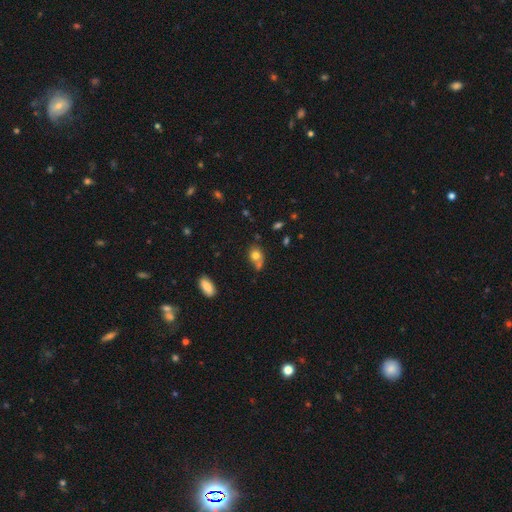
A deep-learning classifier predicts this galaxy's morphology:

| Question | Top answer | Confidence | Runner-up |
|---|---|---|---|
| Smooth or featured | smooth | 76% | featured or disk (12%) |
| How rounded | round | 60% | in between (39%) |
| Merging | none | 43% | merger (37%) |